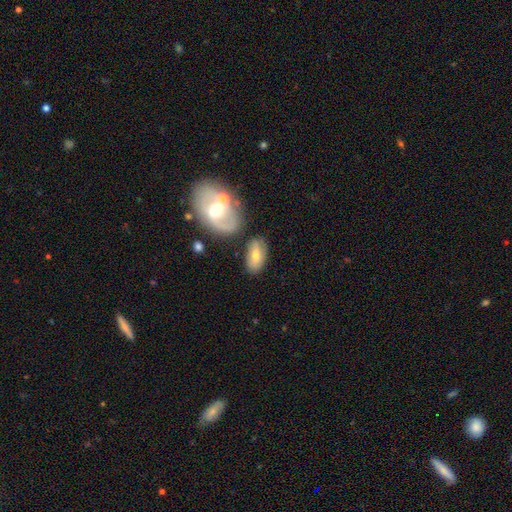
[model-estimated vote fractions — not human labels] Smooth or featured? smooth (59%)
How rounded? in between (89%)
Merging? none (67%)